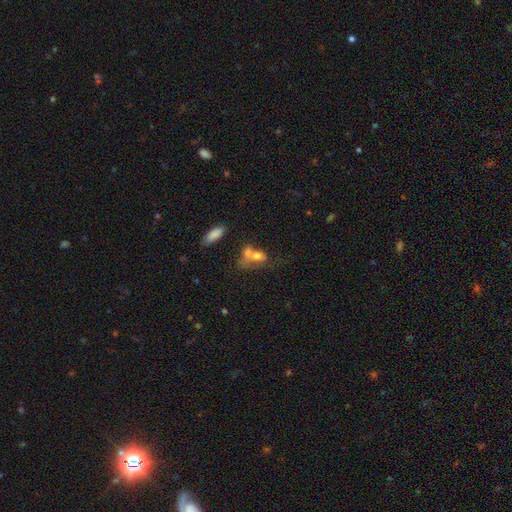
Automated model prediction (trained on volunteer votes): smooth 65%, featured or disk 22%, star or artifact 12%. Down the decision tree: how rounded — in between (66%); merging — merger (56%).